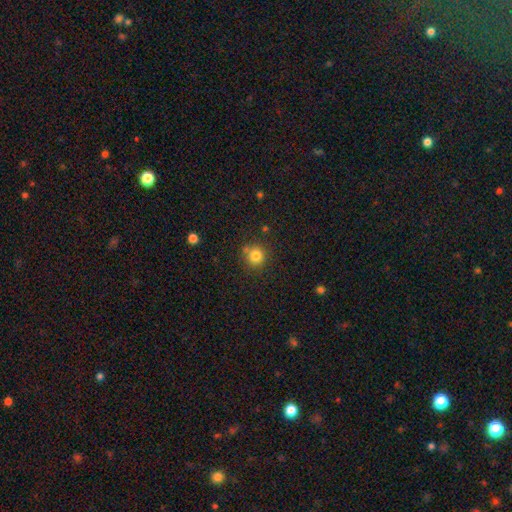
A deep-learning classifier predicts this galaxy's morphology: smooth 81%, star or artifact 13%, featured or disk 6%. Down the decision tree: how rounded — round (92%); merging — none (77%).